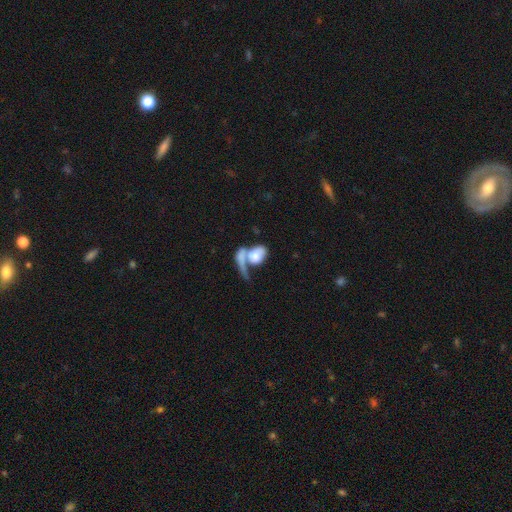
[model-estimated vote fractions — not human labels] Smooth or featured?
  - smooth: 55% *
  - featured or disk: 38%
  - star or artifact: 7%
How rounded?
  - in between: 68% *
  - round: 28%
  - cigar-shaped: 4%
Merging?
  - merger: 54% *
  - major disturbance: 21%
  - none: 16%
  - minor disturbance: 9%